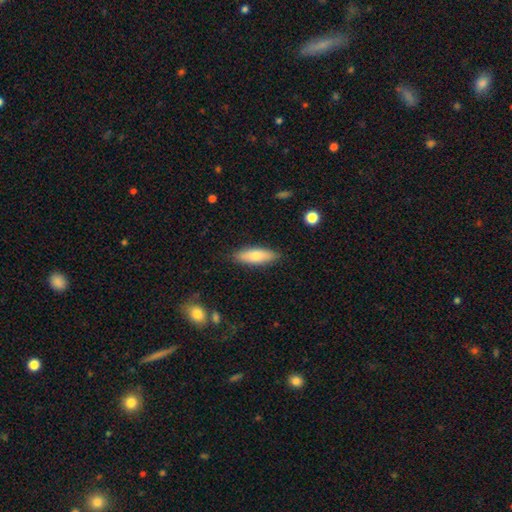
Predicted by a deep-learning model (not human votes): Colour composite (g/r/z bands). It shows a smooth galaxy with no disk features (74%) that is in between round and cigar-shaped (58%). Merging: none (86%).